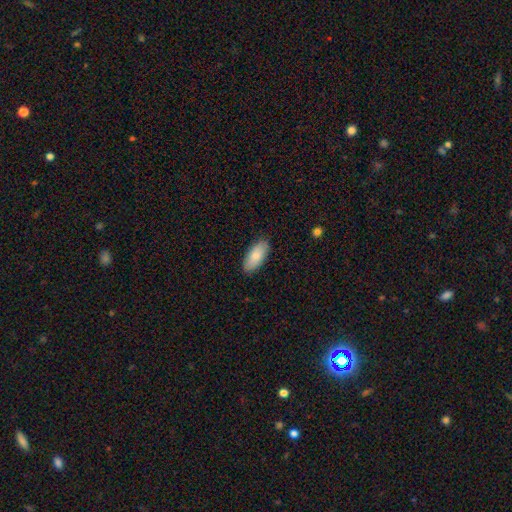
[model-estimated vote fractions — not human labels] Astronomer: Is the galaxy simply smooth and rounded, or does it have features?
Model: smooth — 82%.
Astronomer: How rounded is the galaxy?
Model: in between — 90%.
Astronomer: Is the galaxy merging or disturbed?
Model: none — 87%.